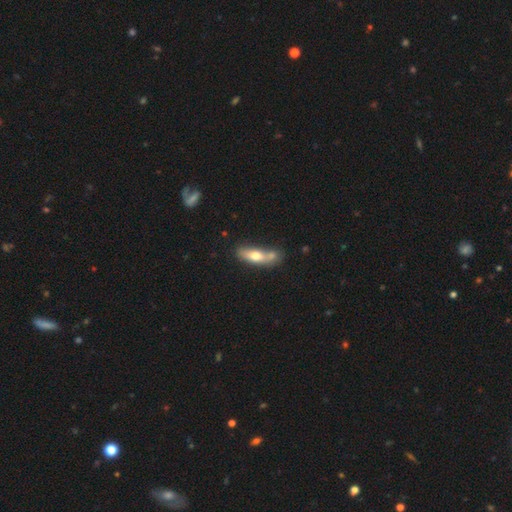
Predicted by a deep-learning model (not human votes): A smooth galaxy with no disk features (60%) that is cigar-shaped (48%, tied with in between). Merging: none (44%).